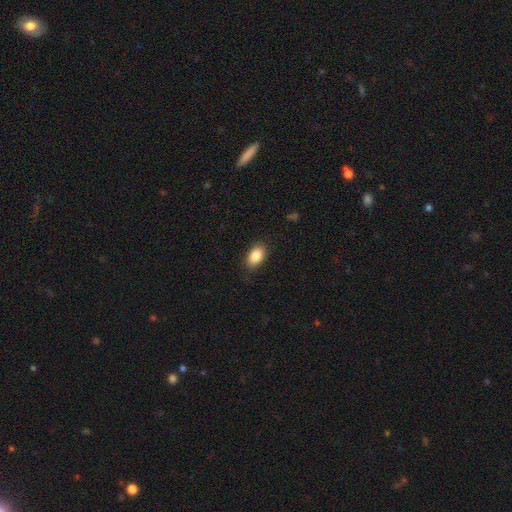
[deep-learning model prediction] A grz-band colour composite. It shows a smooth galaxy with no disk features (85%) that is in between round and cigar-shaped (89%). Merging: none (85%).